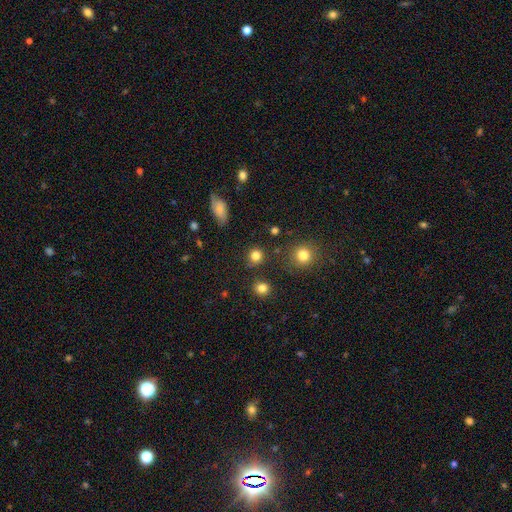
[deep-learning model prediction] This is clearly a smooth galaxy (82%). How rounded: clearly round (90%). Merging: clearly none (85%).